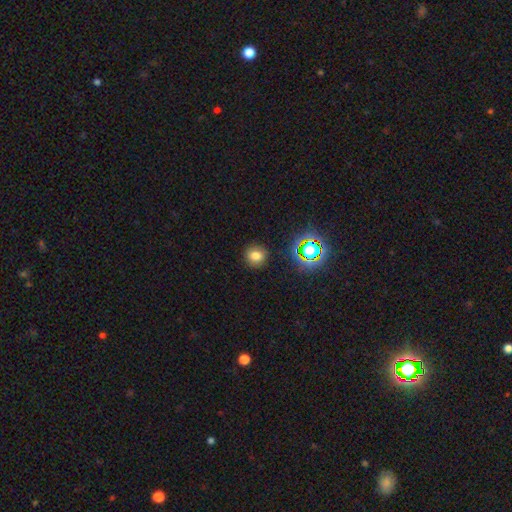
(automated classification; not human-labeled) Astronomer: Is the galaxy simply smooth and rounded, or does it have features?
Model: smooth — 73%.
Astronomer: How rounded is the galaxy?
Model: round — 84%.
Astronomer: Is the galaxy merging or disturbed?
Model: none — 88%.